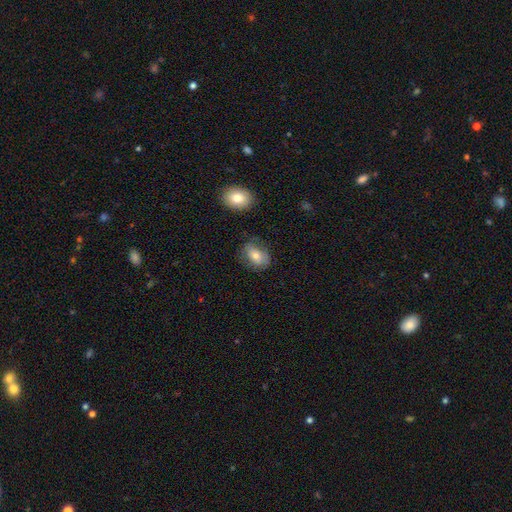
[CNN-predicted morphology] type=smooth (69%); roundness=in between (71%); merging=none (66%).